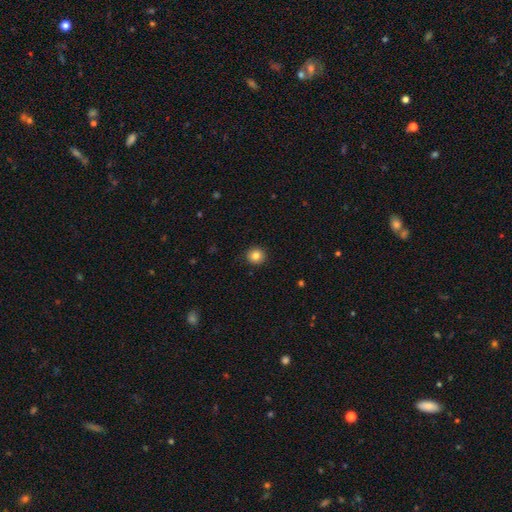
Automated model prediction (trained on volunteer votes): Q: Smooth or featured?
A: smooth (83%); runner-up: star or artifact (10%)
Q: How rounded?
A: round (92%); runner-up: in between (7%)
Q: Merging?
A: none (90%); runner-up: minor disturbance (7%)